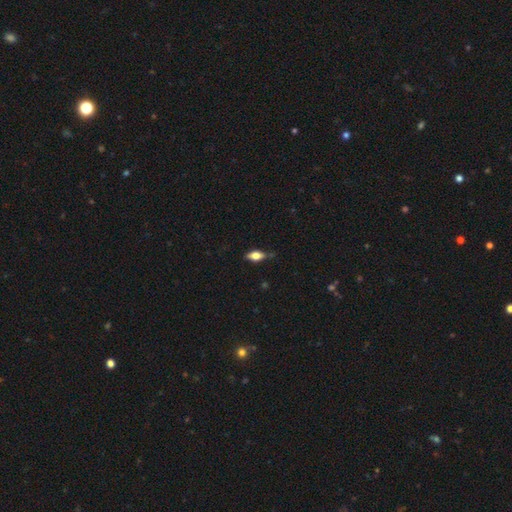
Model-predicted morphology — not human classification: smooth-or-featured: smooth: 57% | featured or disk: 35% | star or artifact: 8%
  how-rounded: in between: 77% | cigar-shaped: 18% | round: 5%
  merging: none: 73% | minor disturbance: 21% | major disturbance: 5% | merger: 2%